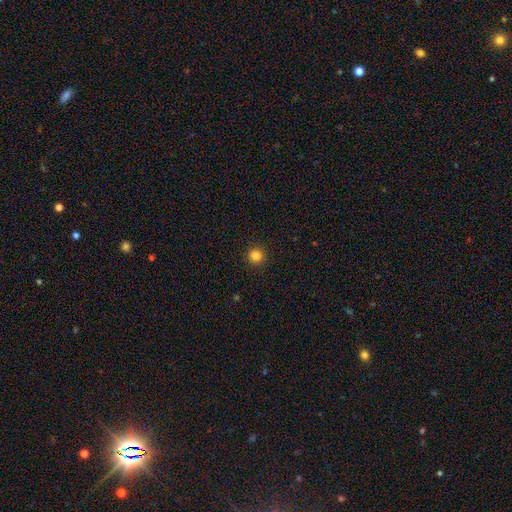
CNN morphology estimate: Smooth or featured? Predicted: smooth (p=0.83). How rounded? Predicted: round (p=0.94). Merging? Predicted: none (p=0.93).